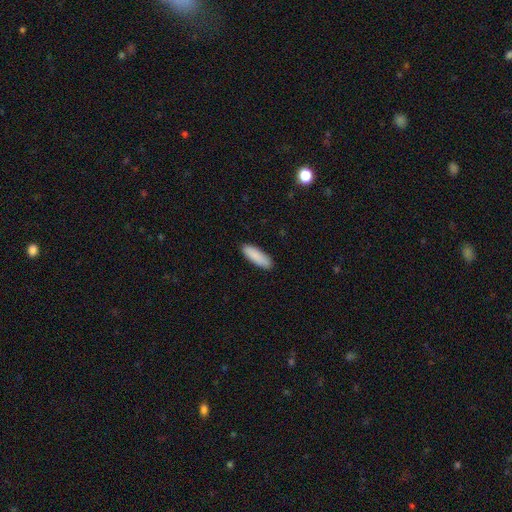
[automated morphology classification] Smooth or featured?
  - smooth: 90% *
  - star or artifact: 6%
  - featured or disk: 5%
How rounded?
  - in between: 53% *
  - cigar-shaped: 46%
  - round: 2%
Merging?
  - none: 89% *
  - minor disturbance: 8%
  - major disturbance: 2%
  - merger: 1%